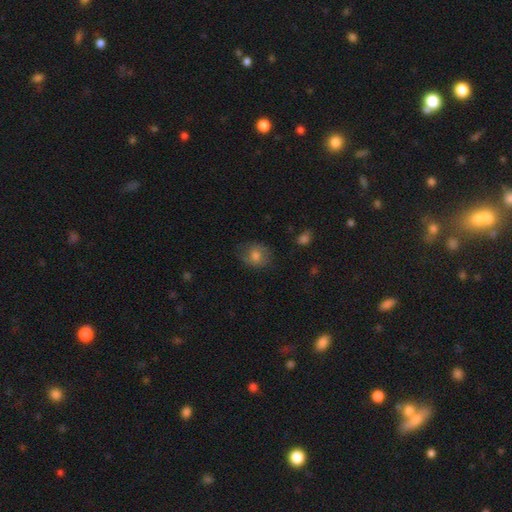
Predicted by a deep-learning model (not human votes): Q: Smooth or featured?
A: smooth (72%); runner-up: featured or disk (18%)
Q: How rounded?
A: round (63%); runner-up: in between (36%)
Q: Merging?
A: none (68%); runner-up: minor disturbance (23%)